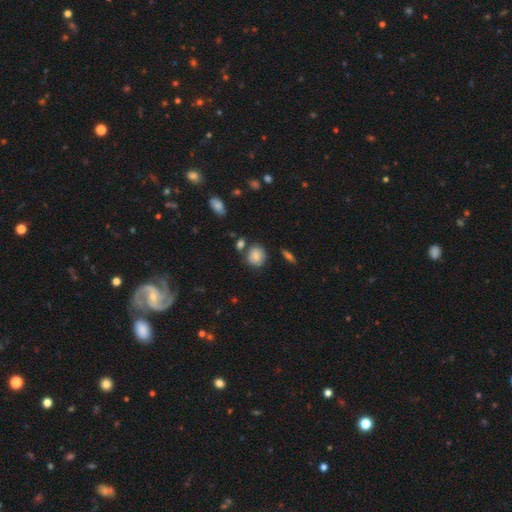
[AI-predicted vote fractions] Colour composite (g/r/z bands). It shows a smooth galaxy with no disk features (84%) that is round (74%). Merging: none (71%).